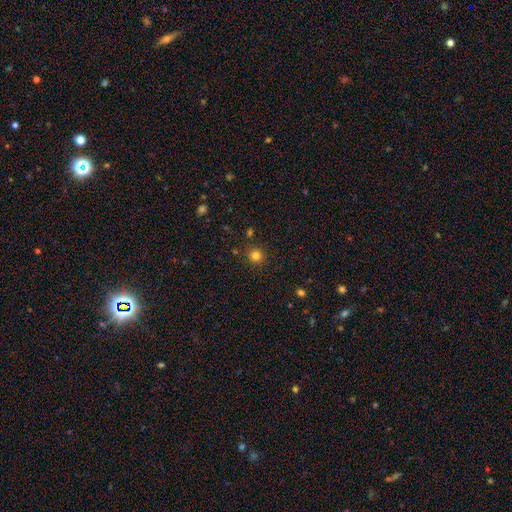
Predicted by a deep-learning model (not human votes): A smooth galaxy with no disk features (80%) that is round (94%).

Vote fractions:
- Smooth or featured? smooth: 80% / star or artifact: 15% / featured or disk: 5%
- How rounded? round: 94% / in between: 5% / cigar-shaped: 1%
- Merging? none: 89% / minor disturbance: 6% / merger: 2% / major disturbance: 2%